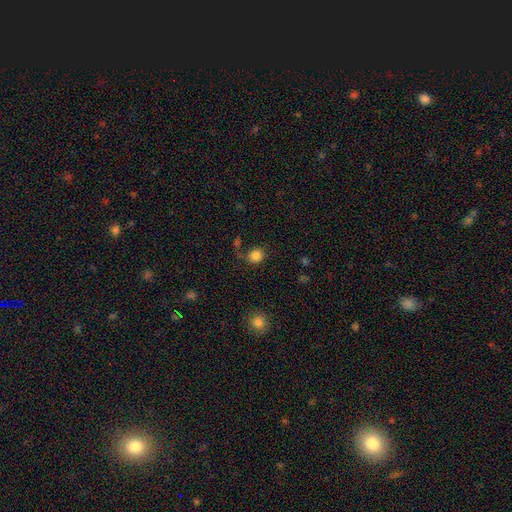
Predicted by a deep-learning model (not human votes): Smooth or featured? smooth (84%)
How rounded? round (79%)
Merging? none (69%)